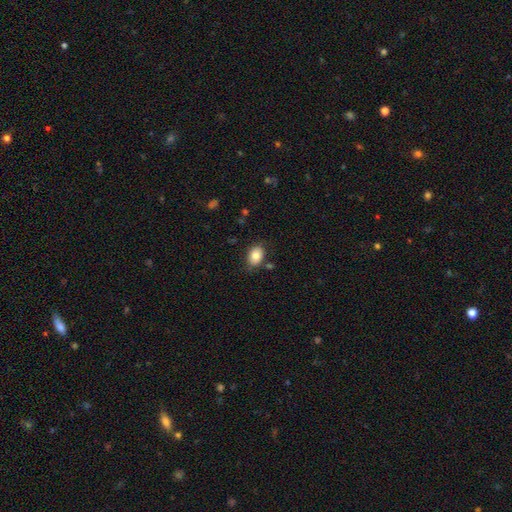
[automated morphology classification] The model was most divided on "how rounded": in between: 81%, round: 18%, cigar-shaped: 1%. More confident: smooth or featured — smooth (82%); merging — none (80%).